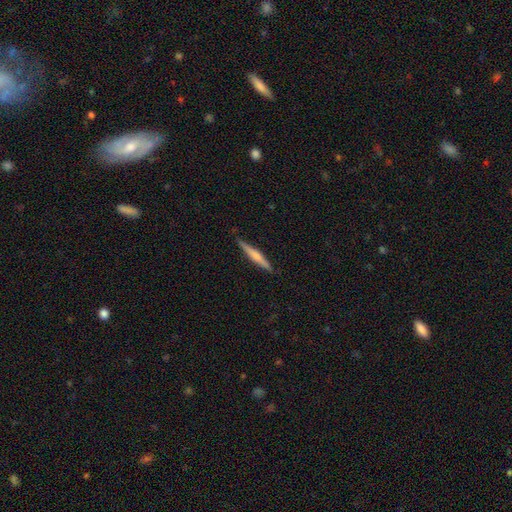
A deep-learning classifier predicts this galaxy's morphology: A featured or disk galaxy (50%). Merging: none (88%).